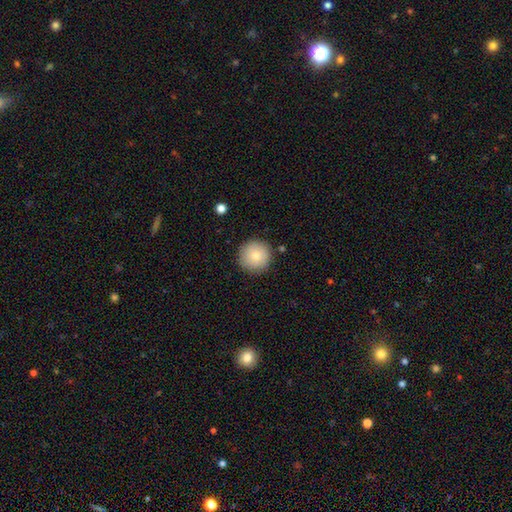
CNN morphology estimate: Q: Smooth or featured?
A: smooth (81%); runner-up: featured or disk (11%)
Q: How rounded?
A: round (96%); runner-up: in between (3%)
Q: Merging?
A: none (89%); runner-up: minor disturbance (8%)